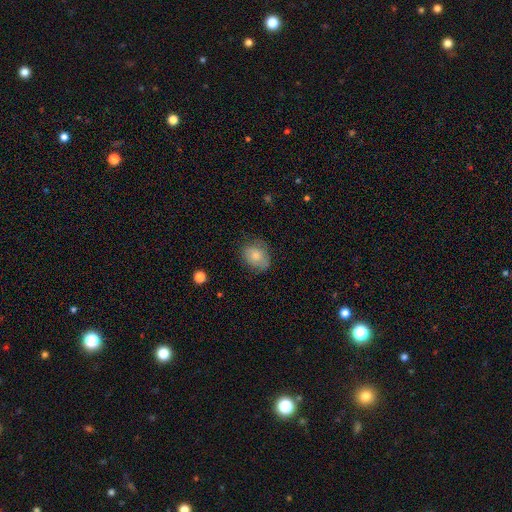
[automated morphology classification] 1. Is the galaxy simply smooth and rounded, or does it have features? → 71% smooth, 21% featured or disk, 8% star or artifact.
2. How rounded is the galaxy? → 52% in between, 47% round, 1% cigar-shaped.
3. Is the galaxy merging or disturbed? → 65% none, 26% minor disturbance, 8% major disturbance, 1% merger.